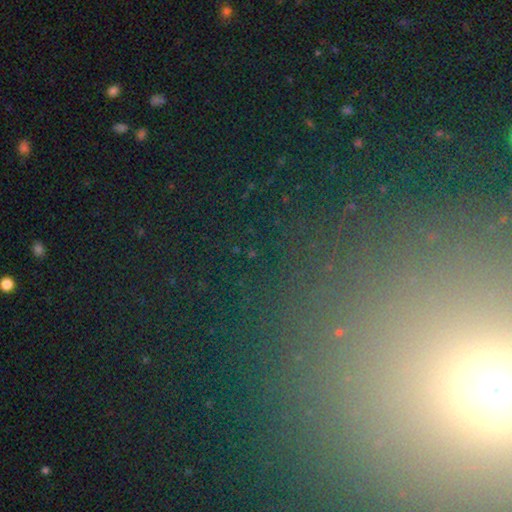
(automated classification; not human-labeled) A star or artifact, not a galaxy (69%).

Vote fractions:
- Smooth or featured? star or artifact: 69% / smooth: 19% / featured or disk: 12%